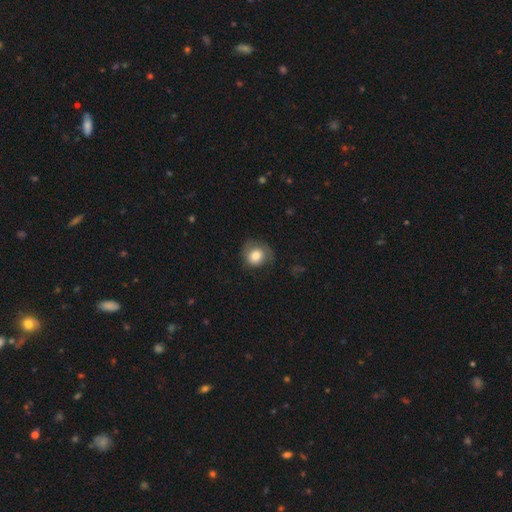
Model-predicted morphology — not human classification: A smooth galaxy with no disk features (78%) that is round (78%). Merging: none (59%).